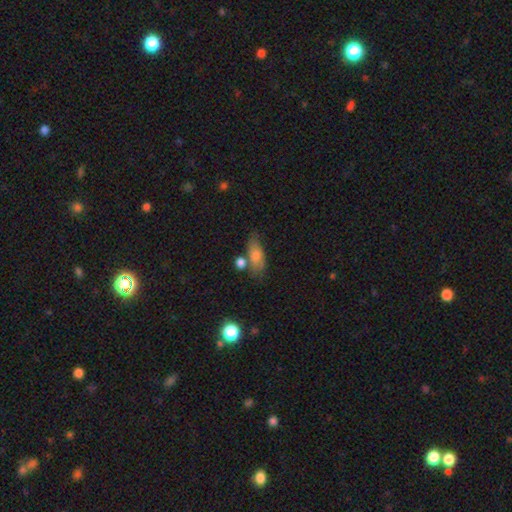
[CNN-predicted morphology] smooth_or_featured: smooth (p=0.74) [alt: featured or disk p=0.17]
how_rounded: in between (p=0.80) [alt: cigar-shaped p=0.14]
merging: none (p=0.53) [alt: minor disturbance p=0.21]